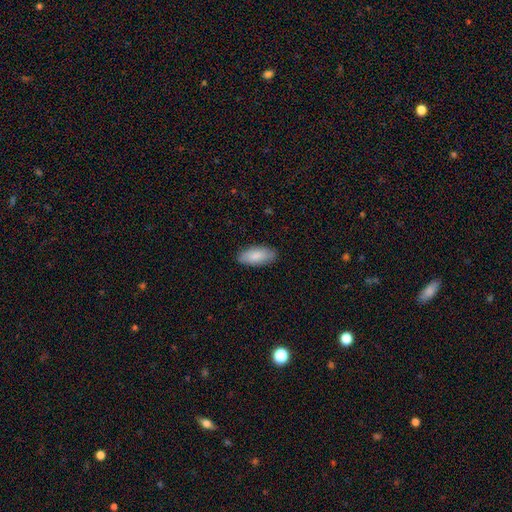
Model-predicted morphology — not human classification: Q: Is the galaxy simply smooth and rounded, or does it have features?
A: smooth — 86%.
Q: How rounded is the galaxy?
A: in between — 89%.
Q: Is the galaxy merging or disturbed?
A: none — 87%.